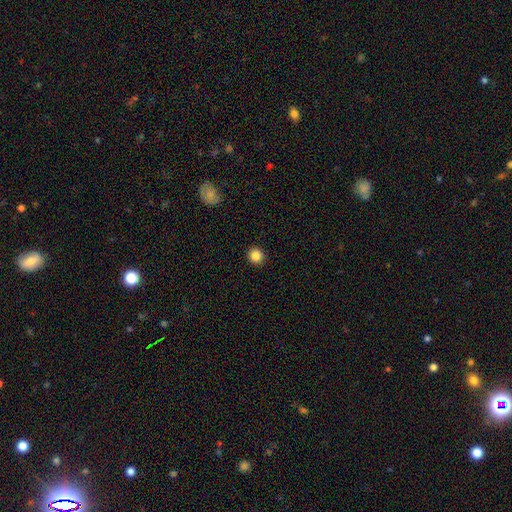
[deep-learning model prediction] Smooth or featured: smooth — 86% (star or artifact — 10%)
How rounded: round — 91% (in between — 8%)
Merging: none — 92% (minor disturbance — 5%)